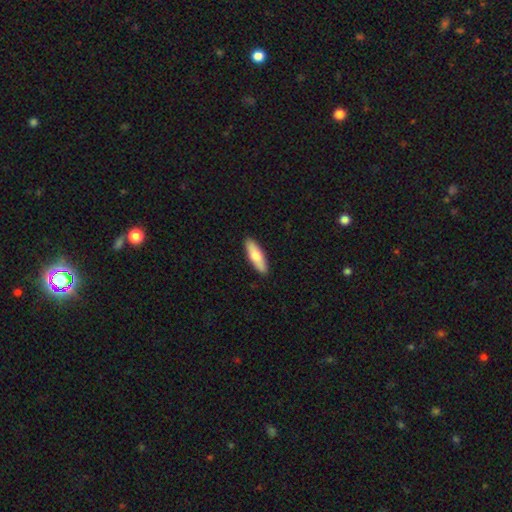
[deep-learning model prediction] This appears to be a smooth galaxy with no disk features (73%) that is cigar-shaped (57%). Merging: none (90%).